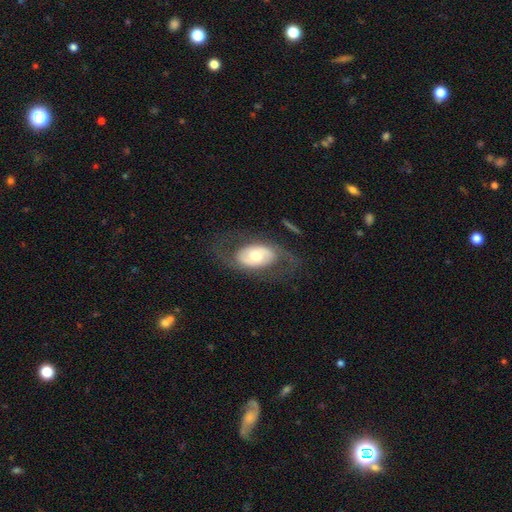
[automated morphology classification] Smooth or featured: featured or disk — 62% (smooth — 32%)
Edge-on disk: no — 92% (yes — 8%)
Bar: no — 66% (weak — 23%)
Spiral arms: yes — 61% (no — 39%)
Bulge size: moderate — 64% (small — 18%)
Merging: none — 67% (major disturbance — 17%)